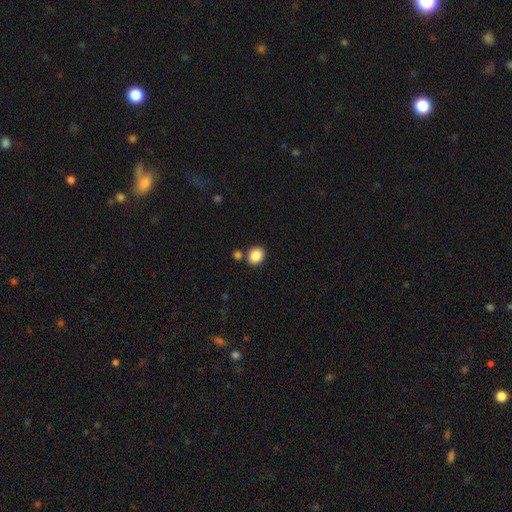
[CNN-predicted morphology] smooth-or-featured: smooth: 88% | star or artifact: 9% | featured or disk: 4%
  how-rounded: round: 72% | in between: 27% | cigar-shaped: 1%
  merging: none: 78% | merger: 10% | minor disturbance: 9% | major disturbance: 3%